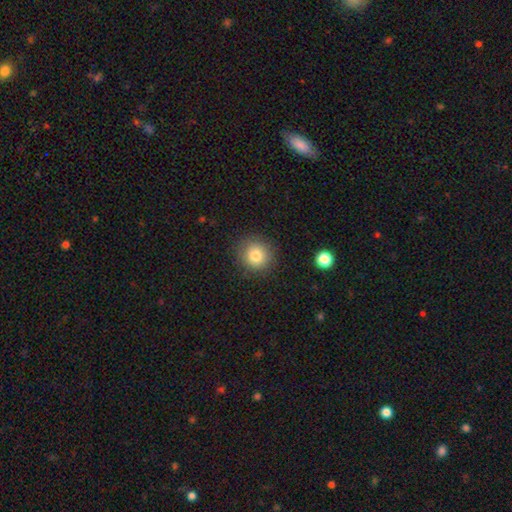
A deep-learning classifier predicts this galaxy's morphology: type=smooth (80%); roundness=round (91%); merging=none (87%).